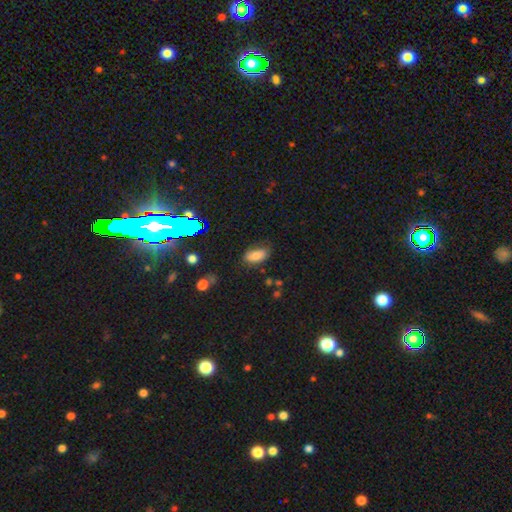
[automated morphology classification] This appears to be a smooth galaxy with no disk features (78%) that is in between round and cigar-shaped (90%). Merging: none (67%).